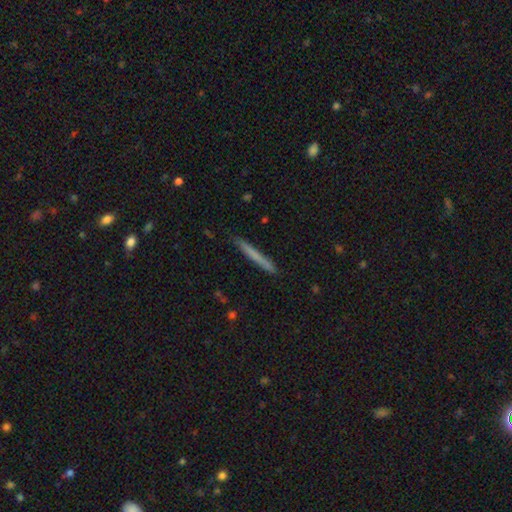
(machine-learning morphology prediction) Smooth or featured? smooth (64%)
How rounded? cigar-shaped (97%)
Merging? none (90%)